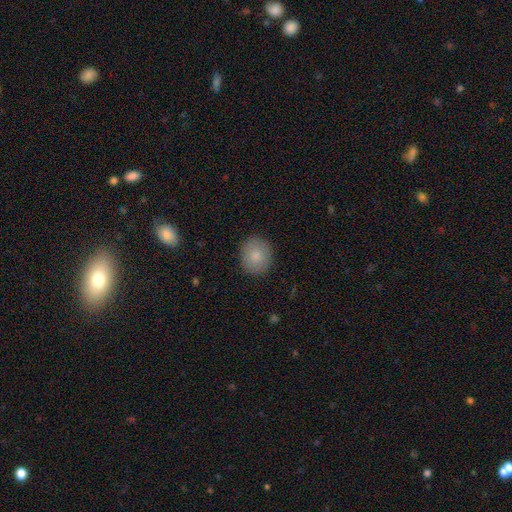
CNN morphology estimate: This appears to be a smooth galaxy with no disk features (84%) that is round (78%). Merging: none (89%).